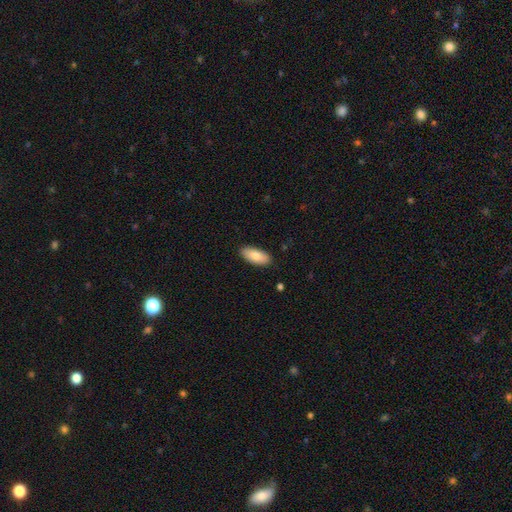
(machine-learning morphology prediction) Smooth or featured?
  - smooth: 85% *
  - featured or disk: 9%
  - star or artifact: 6%
How rounded?
  - in between: 87% *
  - cigar-shaped: 11%
  - round: 2%
Merging?
  - none: 88% *
  - minor disturbance: 9%
  - major disturbance: 2%
  - merger: 1%